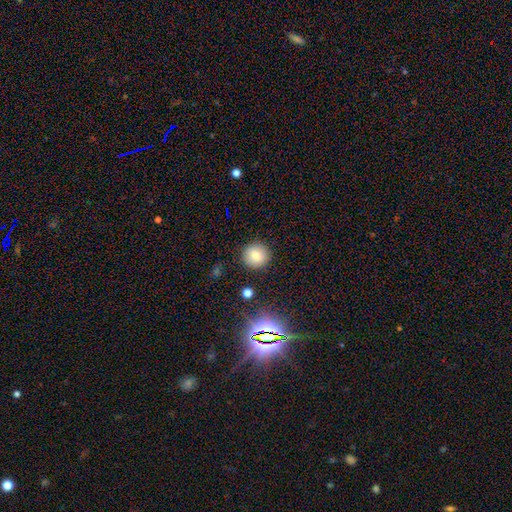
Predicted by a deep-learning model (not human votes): Q: Smooth or featured?
A: smooth (79%); runner-up: star or artifact (12%)
Q: How rounded?
A: round (93%); runner-up: in between (6%)
Q: Merging?
A: none (90%); runner-up: minor disturbance (6%)